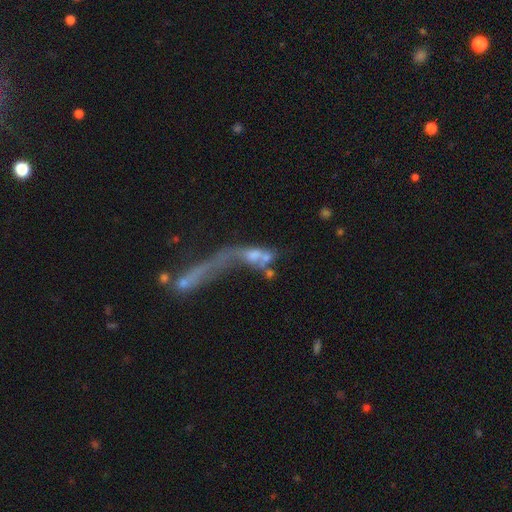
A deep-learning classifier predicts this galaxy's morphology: A featured or disk galaxy (45%). Merging: merger (48%).